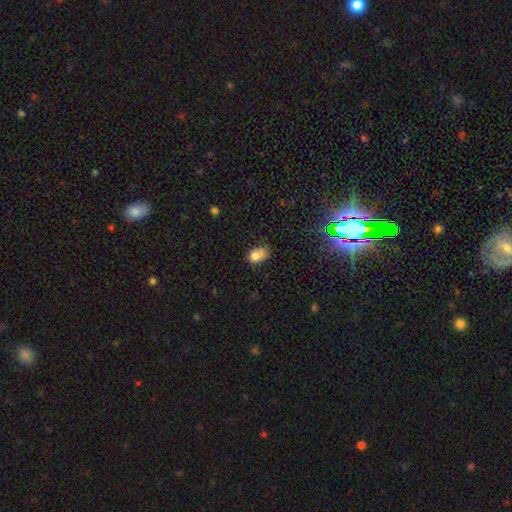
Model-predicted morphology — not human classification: This appears to be a smooth galaxy with no disk features (80%) that is in between round and cigar-shaped (82%). Merging: none (47%).